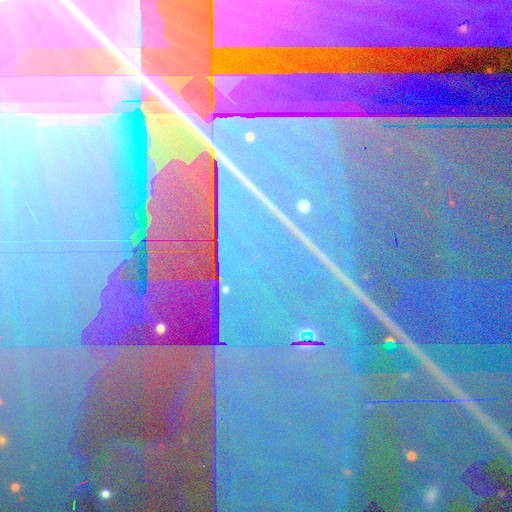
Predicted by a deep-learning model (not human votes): Overall: star or artifact (90%).